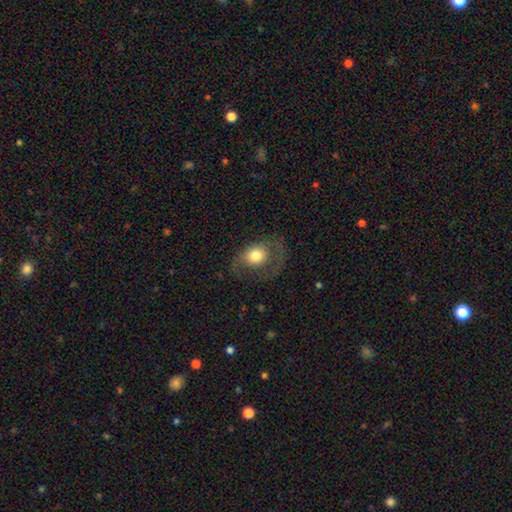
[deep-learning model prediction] Morphology: type=smooth (52%); roundness=in between (58%); merging=none (50%).